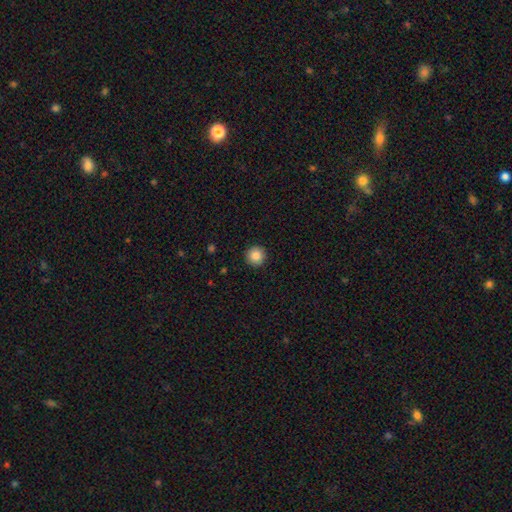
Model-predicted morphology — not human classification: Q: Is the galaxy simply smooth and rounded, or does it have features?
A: smooth — 86%.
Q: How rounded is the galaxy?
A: round — 96%.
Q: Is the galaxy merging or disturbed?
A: none — 92%.